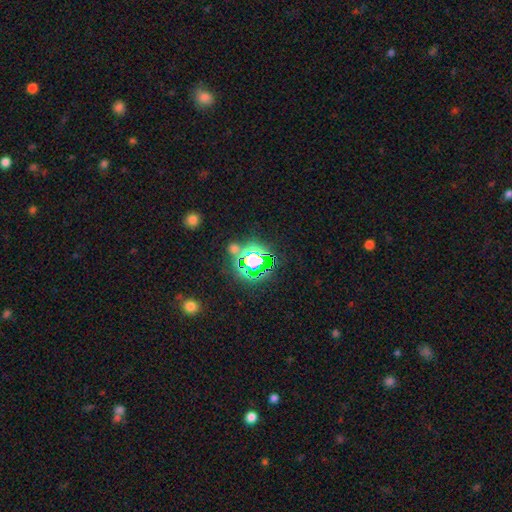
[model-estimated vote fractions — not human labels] smooth-or-featured: star or artifact: 72% | smooth: 18% | featured or disk: 10%